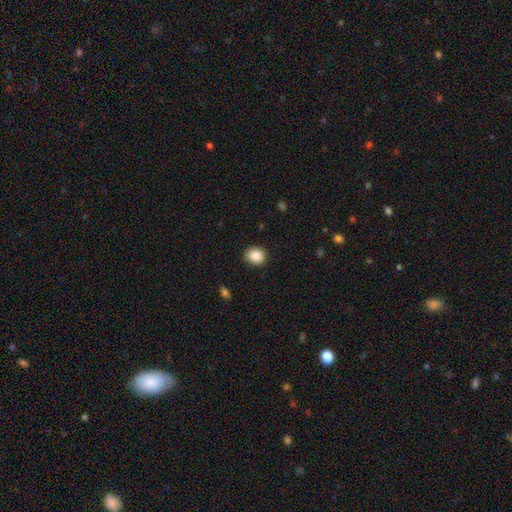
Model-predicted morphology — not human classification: Smooth or featured?
  - smooth: 88% *
  - star or artifact: 8%
  - featured or disk: 4%
How rounded?
  - round: 65% *
  - in between: 34%
  - cigar-shaped: 1%
Merging?
  - none: 89% *
  - minor disturbance: 8%
  - major disturbance: 2%
  - merger: 1%